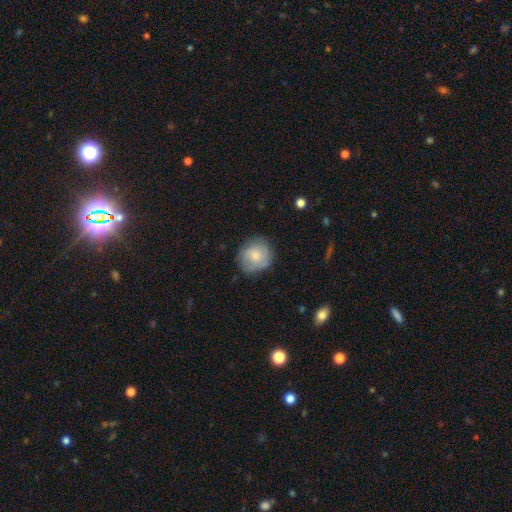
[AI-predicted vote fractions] Morphology: type=smooth (73%); roundness=round (85%); merging=none (74%).